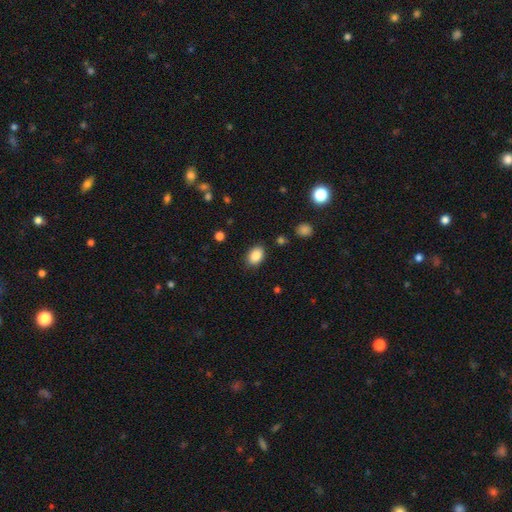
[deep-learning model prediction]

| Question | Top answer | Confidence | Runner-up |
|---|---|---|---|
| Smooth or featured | smooth | 87% | star or artifact (8%) |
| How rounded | in between | 80% | round (19%) |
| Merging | none | 86% | minor disturbance (10%) |